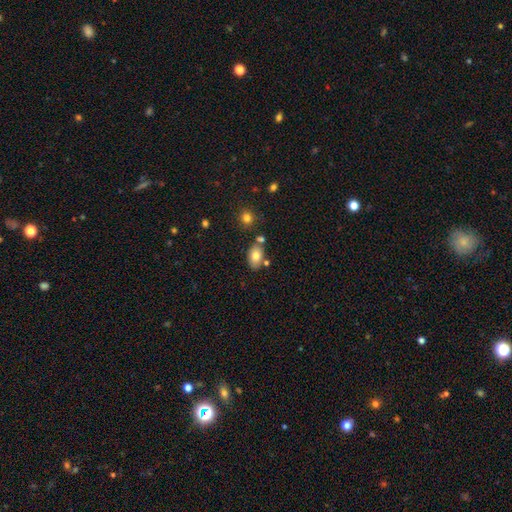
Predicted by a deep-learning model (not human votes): Q: Smooth or featured?
A: smooth (79%); runner-up: featured or disk (13%)
Q: How rounded?
A: in between (88%); runner-up: round (11%)
Q: Merging?
A: none (68%); runner-up: minor disturbance (14%)